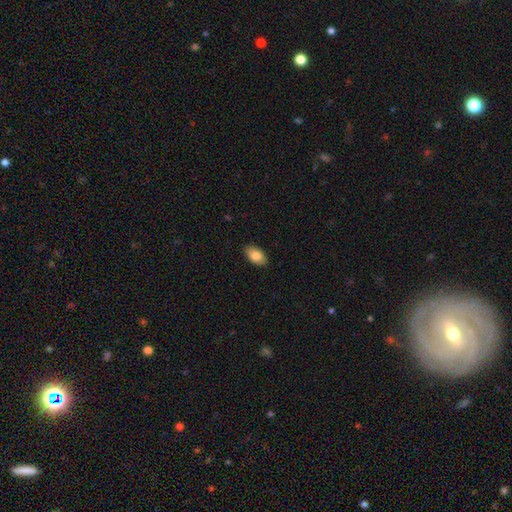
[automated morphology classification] smooth-or-featured: smooth: 83% | featured or disk: 10% | star or artifact: 7%
  how-rounded: in between: 94% | round: 5% | cigar-shaped: 2%
  merging: none: 89% | minor disturbance: 9% | major disturbance: 2% | merger: 1%